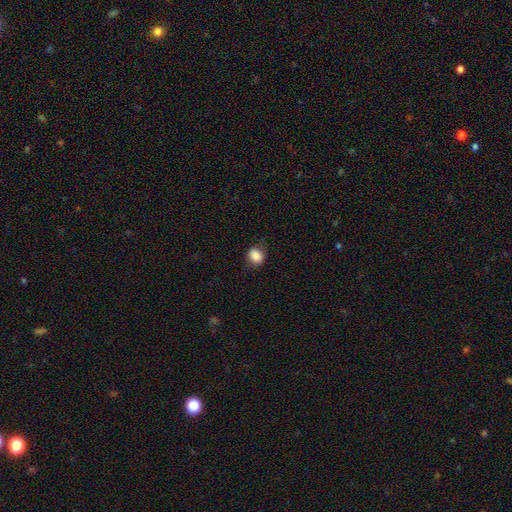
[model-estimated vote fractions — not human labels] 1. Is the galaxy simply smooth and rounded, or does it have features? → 86% smooth, 9% star or artifact, 5% featured or disk.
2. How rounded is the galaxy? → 61% round, 38% in between, 1% cigar-shaped.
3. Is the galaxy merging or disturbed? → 80% none, 15% minor disturbance, 4% major disturbance, 1% merger.